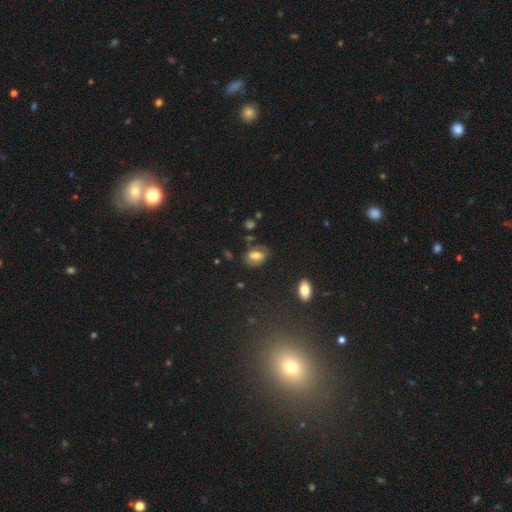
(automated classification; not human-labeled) This appears to be a smooth galaxy with no disk features (60%) that is in between round and cigar-shaped (79%). Merging: none (69%).